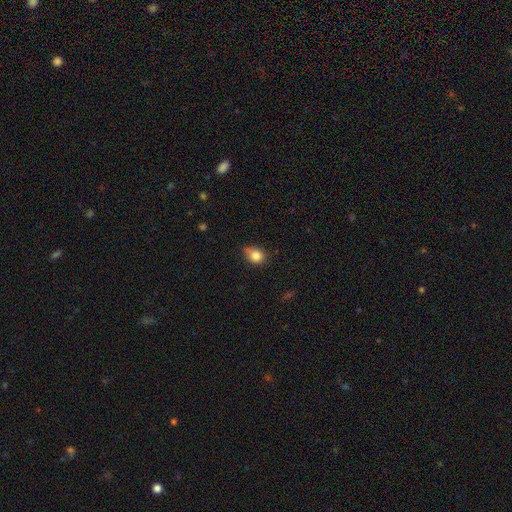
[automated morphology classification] A smooth galaxy with no disk features (82%) that is round (53%).

Vote fractions:
- Smooth or featured? smooth: 82% / star or artifact: 10% / featured or disk: 8%
- How rounded? round: 53% / in between: 46% / cigar-shaped: 1%
- Merging? none: 49% / minor disturbance: 41% / major disturbance: 9% / merger: 2%